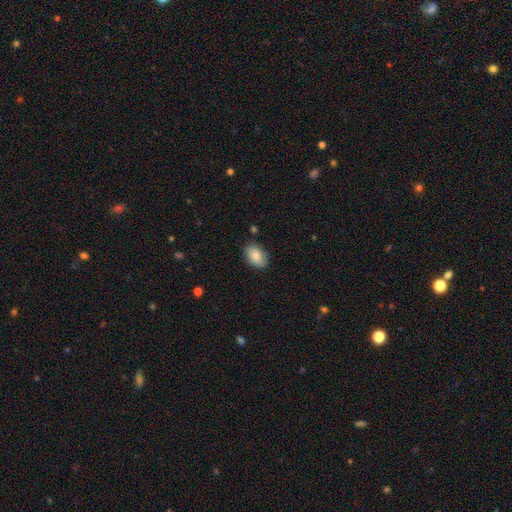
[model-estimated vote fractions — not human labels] Morphology: type=smooth (79%); roundness=in between (88%); merging=none (83%).